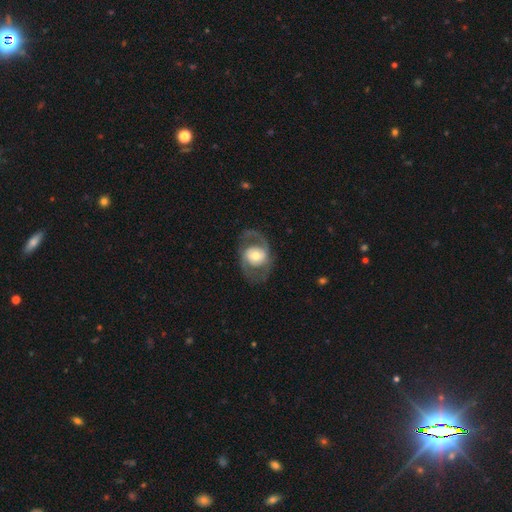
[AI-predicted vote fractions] A featured or disk galaxy (71%) with no bar (62%), spiral arms (73%) and a moderate central bulge (58%). Merging: none (66%).